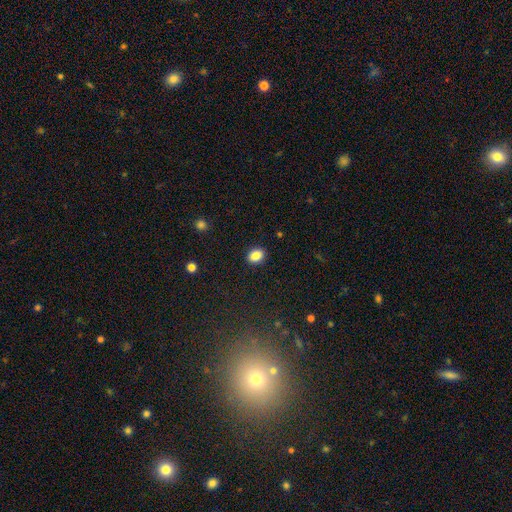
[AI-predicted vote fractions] Smooth or featured?
  - smooth: 86% *
  - star or artifact: 9%
  - featured or disk: 5%
How rounded?
  - in between: 66% *
  - round: 33%
  - cigar-shaped: 1%
Merging?
  - none: 90% *
  - minor disturbance: 7%
  - major disturbance: 2%
  - merger: 1%